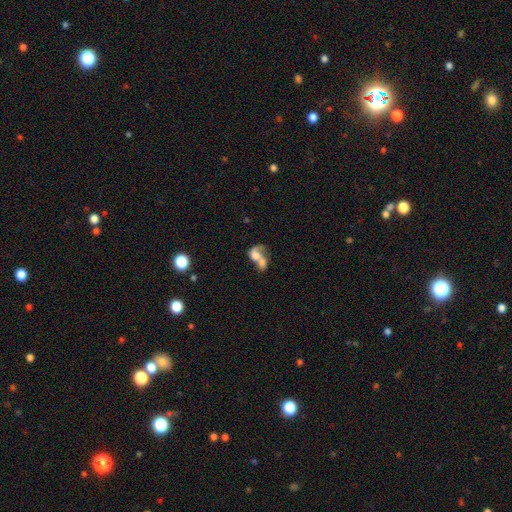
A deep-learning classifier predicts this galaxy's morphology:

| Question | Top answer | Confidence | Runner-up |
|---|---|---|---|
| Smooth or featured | smooth | 46% | featured or disk (45%) |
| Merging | merger | 76% | major disturbance (10%) |